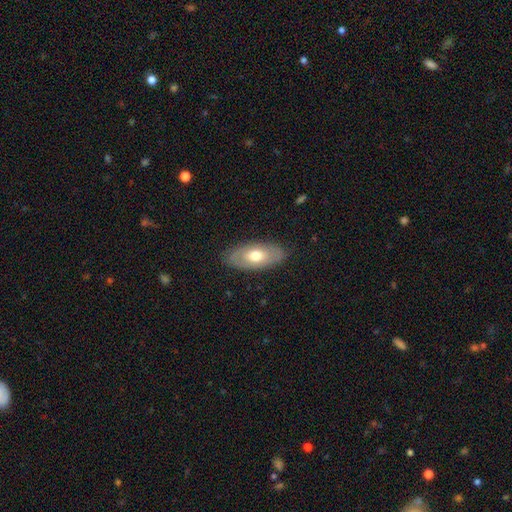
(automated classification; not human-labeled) Smooth or featured? smooth (59%)
How rounded? in between (90%)
Merging? none (84%)